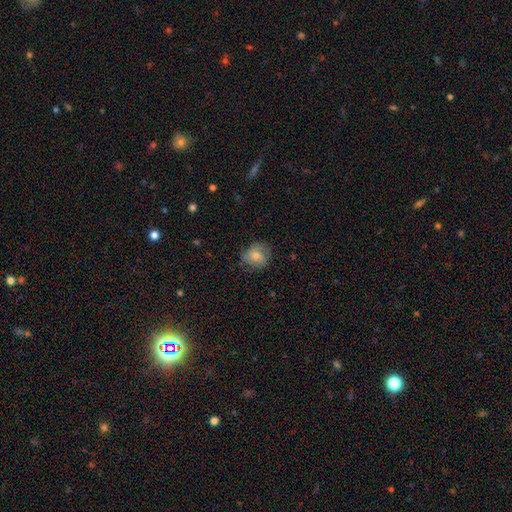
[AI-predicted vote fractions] Overall: smooth (69%). How rounded: round (76%). Merging: none (70%).